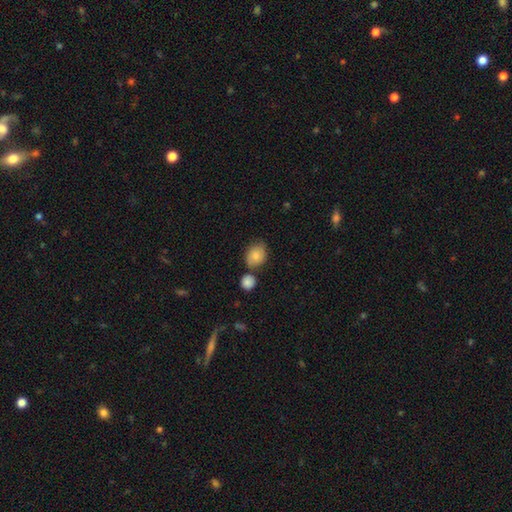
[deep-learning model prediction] A smooth galaxy with no disk features (82%) that is round (54%). Merging: none (58%).